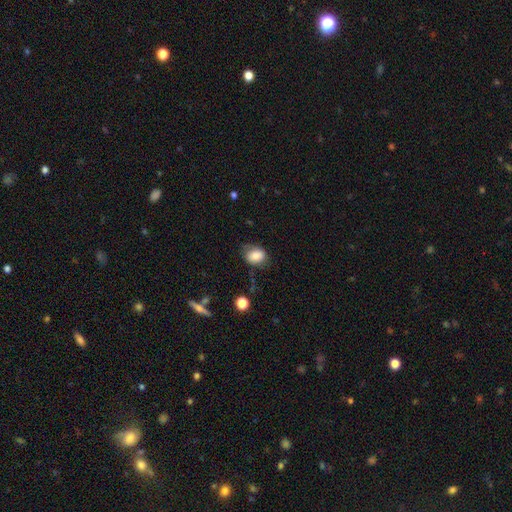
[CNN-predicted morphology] The model was most divided on "how rounded": in between: 64%, round: 35%, cigar-shaped: 1%. More confident: smooth or featured — smooth (78%); merging — none (61%).